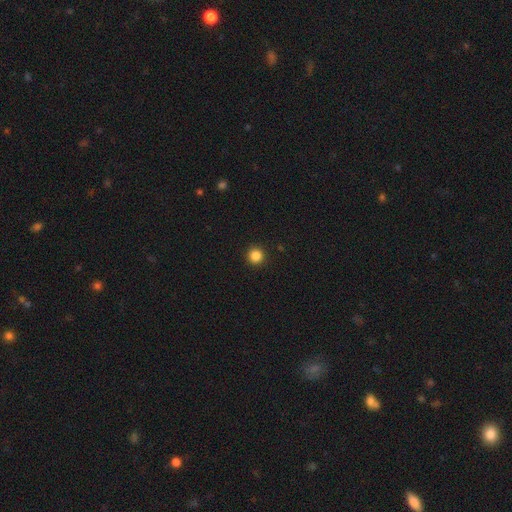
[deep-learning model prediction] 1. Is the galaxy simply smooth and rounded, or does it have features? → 85% smooth, 12% star or artifact, 3% featured or disk.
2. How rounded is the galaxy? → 96% round, 3% in between, 1% cigar-shaped.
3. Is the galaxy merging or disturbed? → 93% none, 4% minor disturbance, 2% major disturbance, 1% merger.